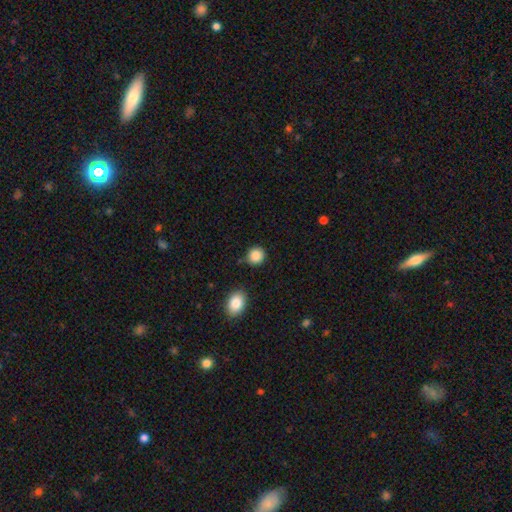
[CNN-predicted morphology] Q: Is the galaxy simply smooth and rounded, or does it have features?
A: smooth — 88%.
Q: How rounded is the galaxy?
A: round — 85%.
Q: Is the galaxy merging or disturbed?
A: none — 82%.